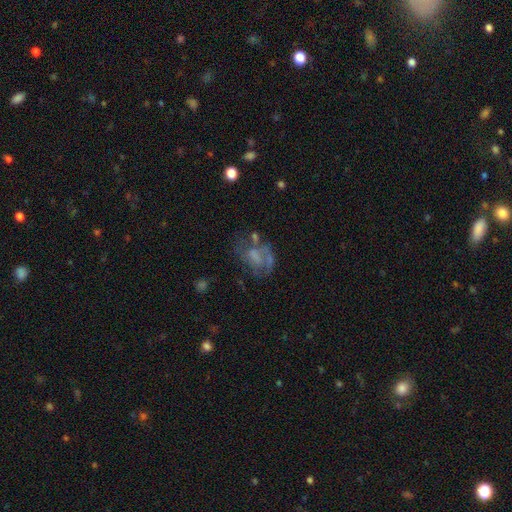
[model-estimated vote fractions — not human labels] This is possibly a featured or disk galaxy (55%). It is clearly not viewed edge-on (97%). Bar: likely no (73%). Spiral arm pattern: likely no (66%). Central bulge: possibly none (56%). Merging: marginally none (34%, tied with major disturbance).